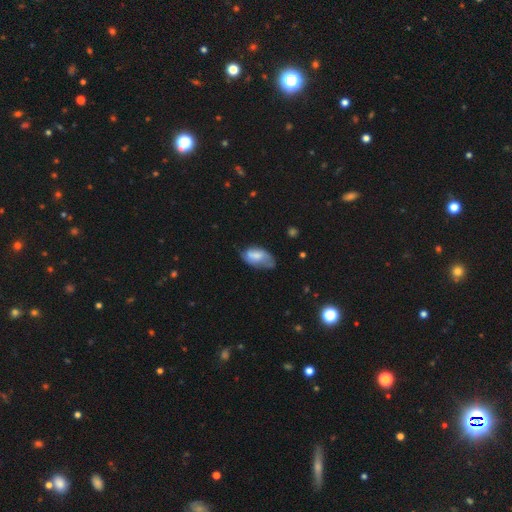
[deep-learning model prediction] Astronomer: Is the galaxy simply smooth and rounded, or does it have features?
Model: smooth — 66%.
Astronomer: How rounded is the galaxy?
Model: in between — 93%.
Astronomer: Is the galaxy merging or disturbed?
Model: minor disturbance — 41% (runner-up: none, 38%).